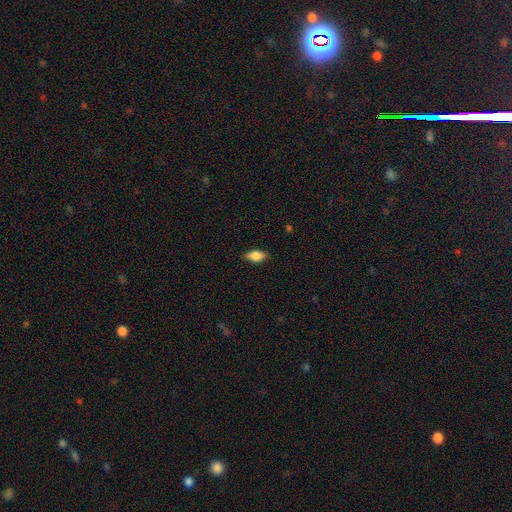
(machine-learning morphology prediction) Q: Smooth or featured?
A: smooth (78%); runner-up: featured or disk (14%)
Q: How rounded?
A: in between (86%); runner-up: cigar-shaped (8%)
Q: Merging?
A: none (83%); runner-up: minor disturbance (14%)